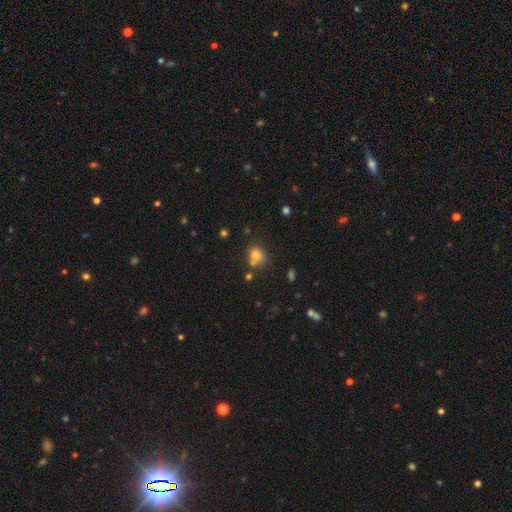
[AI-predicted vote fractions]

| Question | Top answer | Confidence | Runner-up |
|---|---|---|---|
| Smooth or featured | smooth | 76% | star or artifact (14%) |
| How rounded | round | 66% | in between (33%) |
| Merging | none | 61% | merger (20%) |